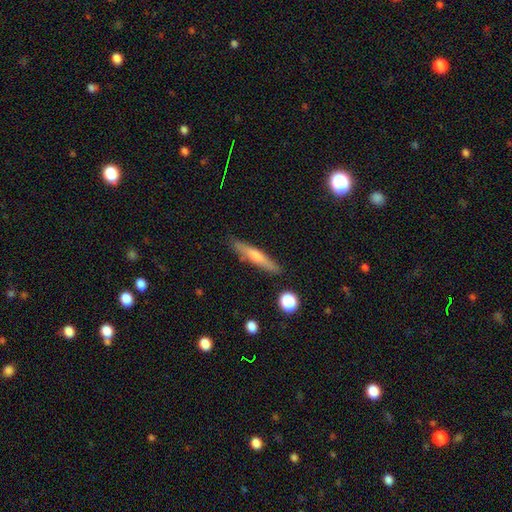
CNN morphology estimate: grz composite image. It shows a smooth galaxy with no disk features (52%) that is cigar-shaped (91%). Merging: none (87%).